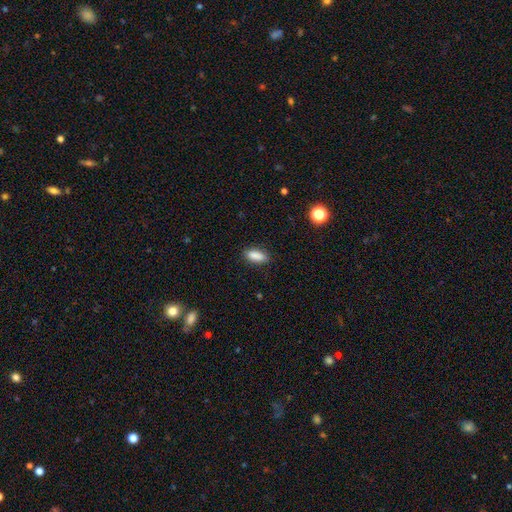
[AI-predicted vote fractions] The model was most divided on "how rounded": in between: 75%, cigar-shaped: 22%, round: 3%. More confident: smooth or featured — smooth (87%); merging — none (86%).